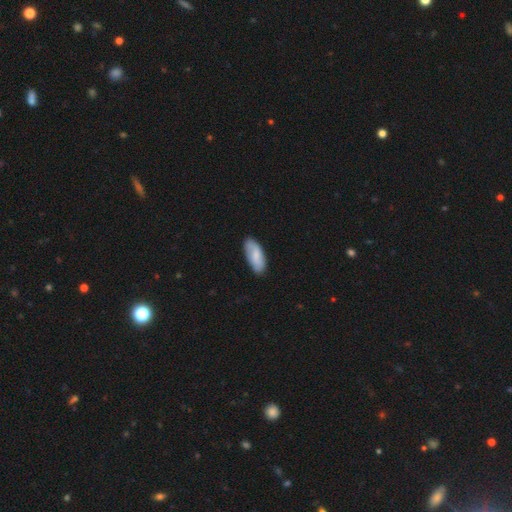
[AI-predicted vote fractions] Smooth or featured: smooth — 78% (featured or disk — 16%)
How rounded: in between — 84% (cigar-shaped — 15%)
Merging: none — 82% (minor disturbance — 15%)